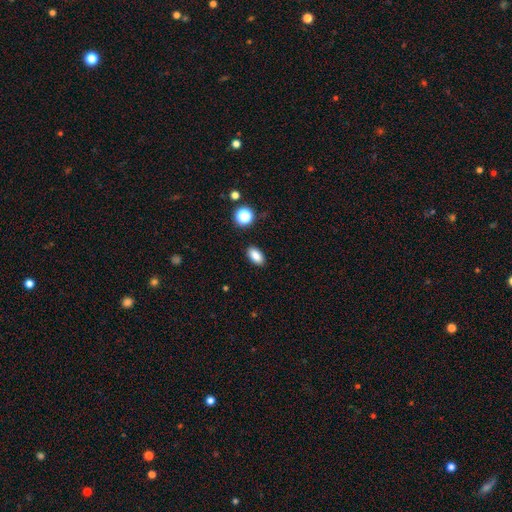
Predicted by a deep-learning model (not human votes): Q: Smooth or featured?
A: smooth (86%); runner-up: star or artifact (10%)
Q: How rounded?
A: in between (90%); runner-up: round (6%)
Q: Merging?
A: none (89%); runner-up: minor disturbance (8%)